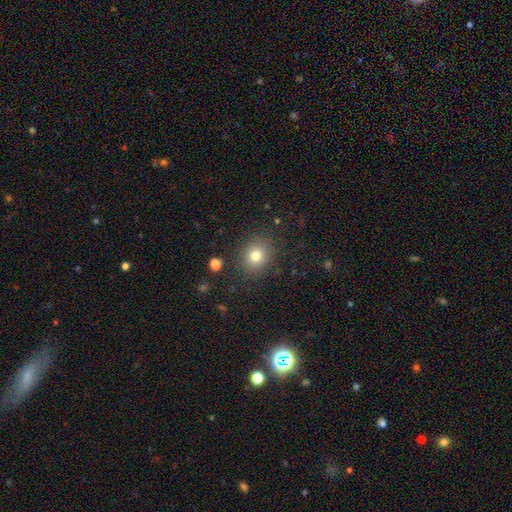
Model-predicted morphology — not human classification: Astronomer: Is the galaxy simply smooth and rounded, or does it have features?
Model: smooth — 78%.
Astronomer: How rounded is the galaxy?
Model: round — 75%.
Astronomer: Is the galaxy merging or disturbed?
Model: none — 87%.